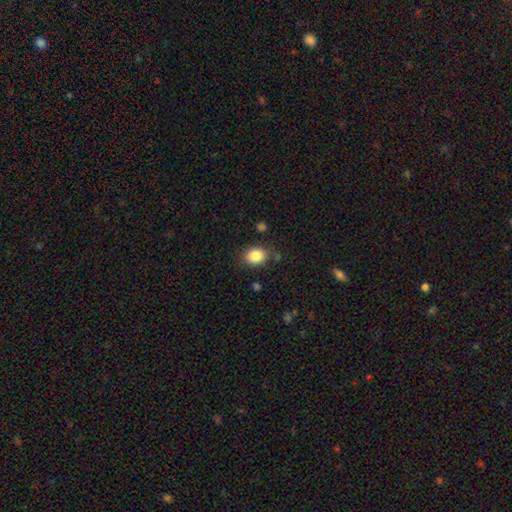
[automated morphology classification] Smooth or featured?
  - smooth: 86% *
  - star or artifact: 9%
  - featured or disk: 6%
How rounded?
  - in between: 56% *
  - round: 43%
  - cigar-shaped: 1%
Merging?
  - none: 79% *
  - minor disturbance: 14%
  - major disturbance: 4%
  - merger: 3%